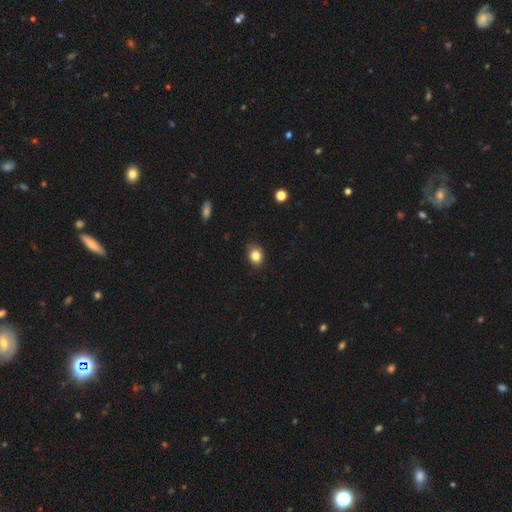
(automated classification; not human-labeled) Smooth or featured: smooth — 83% (star or artifact — 10%)
How rounded: in between — 56% (round — 43%)
Merging: none — 83% (minor disturbance — 14%)